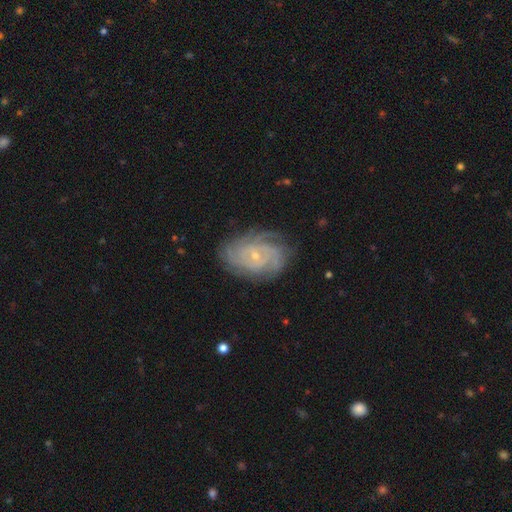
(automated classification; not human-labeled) Smooth or featured: featured or disk — 84% (smooth — 9%)
Edge-on disk: no — 97% (yes — 3%)
Bar: no — 65% (weak — 29%)
Spiral arms: yes — 96% (no — 4%)
Spiral winding: tight — 71% (medium — 24%)
Spiral arm count: can't tell — 30% (3 — 19%)
Bulge size: small — 79% (moderate — 17%)
Merging: none — 78% (minor disturbance — 16%)